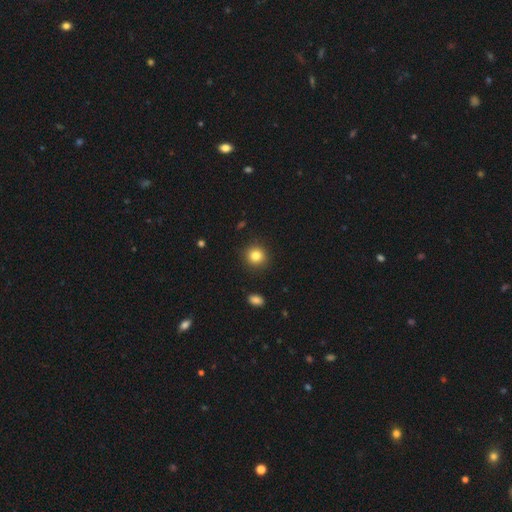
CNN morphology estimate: smooth-or-featured: smooth: 83% | star or artifact: 11% | featured or disk: 6%
  how-rounded: round: 91% | in between: 8% | cigar-shaped: 1%
  merging: none: 91% | minor disturbance: 6% | major disturbance: 2% | merger: 1%